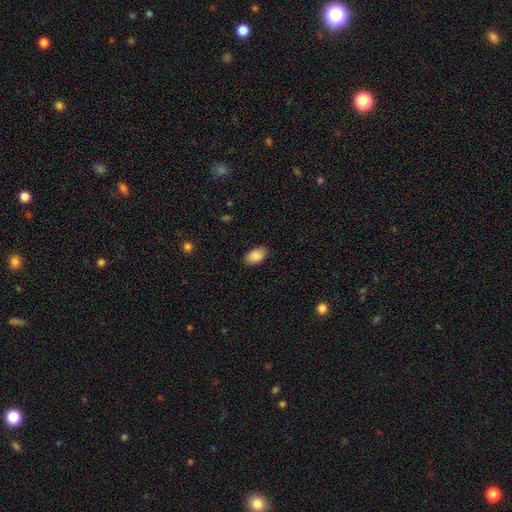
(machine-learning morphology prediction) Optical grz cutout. It shows a smooth galaxy with no disk features (89%) that is in between round and cigar-shaped (93%). Merging: none (87%).